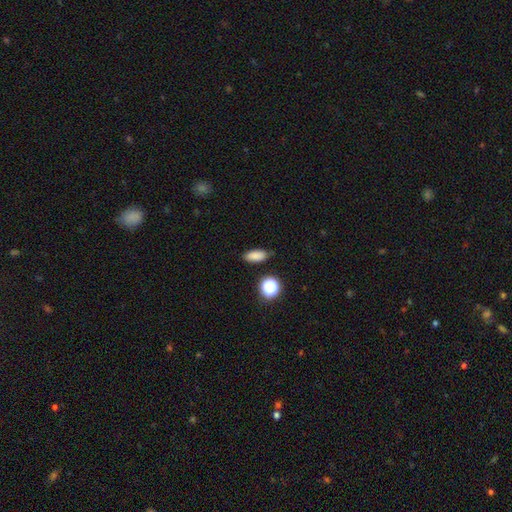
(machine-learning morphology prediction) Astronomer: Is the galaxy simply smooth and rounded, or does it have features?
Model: smooth — 83%.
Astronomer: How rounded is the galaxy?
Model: in between — 81%.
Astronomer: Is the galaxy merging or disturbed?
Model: none — 81%.